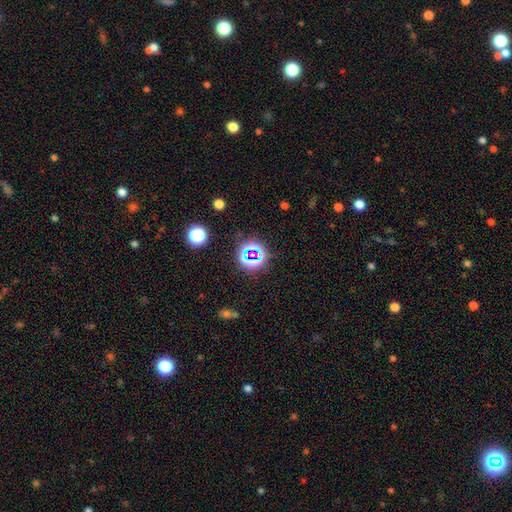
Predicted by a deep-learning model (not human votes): Overall: star or artifact (68%).